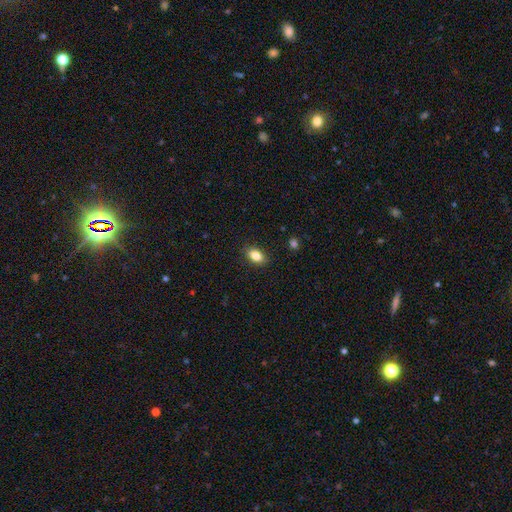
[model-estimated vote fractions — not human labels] The model was most divided on "how rounded": in between: 84%, round: 14%, cigar-shaped: 3%. More confident: merging — none (87%); smooth or featured — smooth (84%).